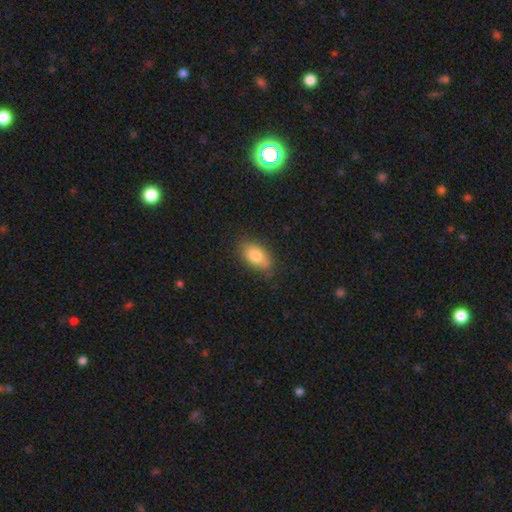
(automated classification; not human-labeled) Smooth or featured?
  - smooth: 81% *
  - featured or disk: 11%
  - star or artifact: 8%
How rounded?
  - in between: 90% *
  - round: 7%
  - cigar-shaped: 3%
Merging?
  - none: 77% *
  - minor disturbance: 18%
  - major disturbance: 4%
  - merger: 1%